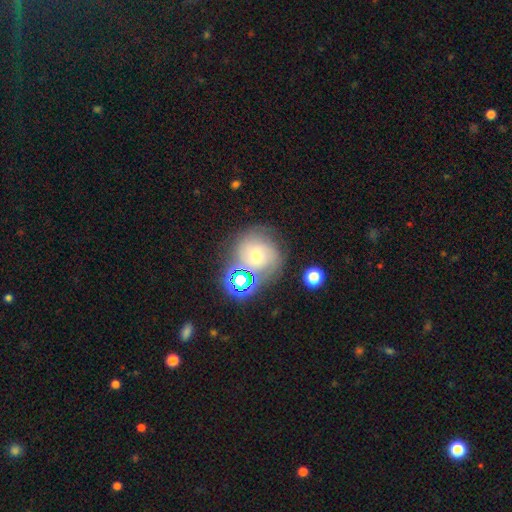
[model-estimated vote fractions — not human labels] Smooth or featured?
  - featured or disk: 41% *
  - smooth: 36%
  - star or artifact: 23%
Merging?
  - none: 59% *
  - minor disturbance: 18%
  - merger: 15%
  - major disturbance: 9%